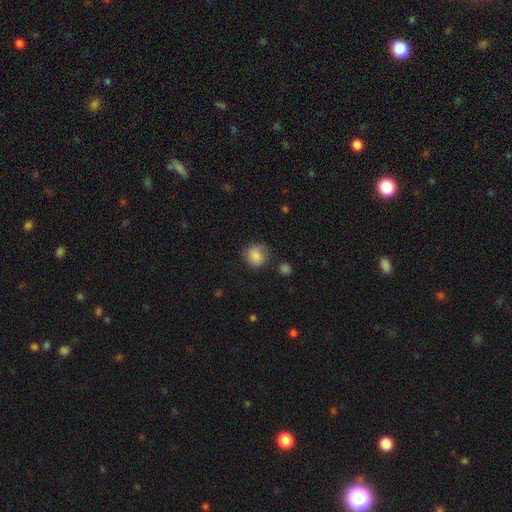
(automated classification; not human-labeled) A smooth galaxy with no disk features (85%) that is round (83%). Merging: none (75%).